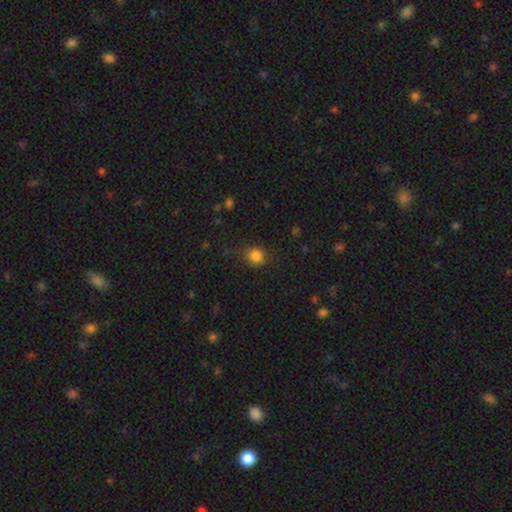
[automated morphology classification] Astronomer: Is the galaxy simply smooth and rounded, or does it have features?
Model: smooth — 83%.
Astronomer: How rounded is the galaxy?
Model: round — 73%.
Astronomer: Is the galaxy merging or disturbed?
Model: none — 78%.